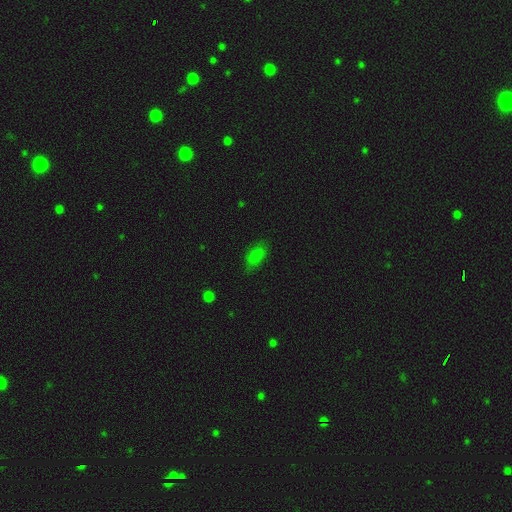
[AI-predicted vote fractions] This appears to be a smooth galaxy with no disk features (80%) that is in between round and cigar-shaped (89%). Merging: none (75%).